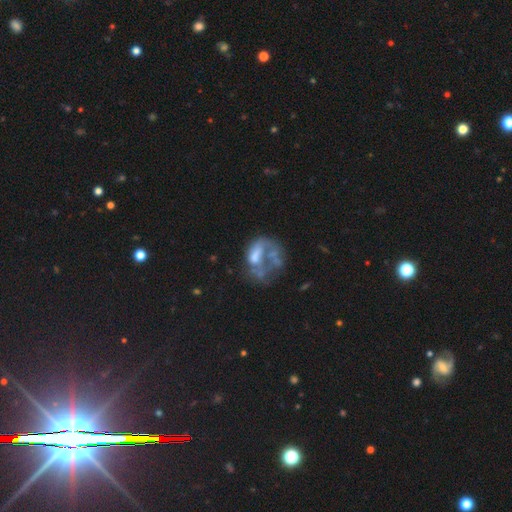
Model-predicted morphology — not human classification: This appears to be a featured or disk galaxy (57%) with no bar (85%), no spiral arms (88%) and no central bulge (48%). Merging: major disturbance (39%).